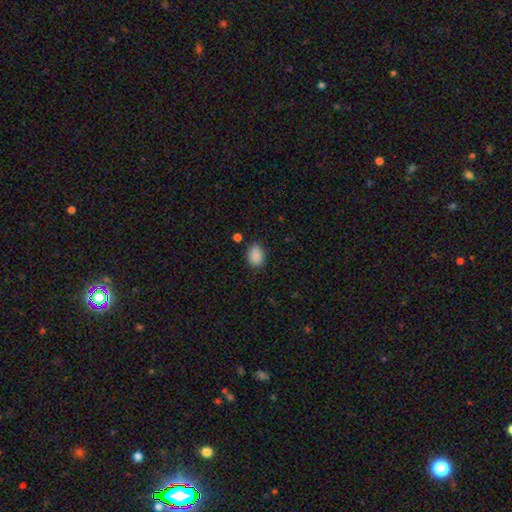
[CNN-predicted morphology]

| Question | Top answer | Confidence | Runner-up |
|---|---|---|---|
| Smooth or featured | smooth | 88% | star or artifact (8%) |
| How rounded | in between | 73% | round (26%) |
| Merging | none | 81% | minor disturbance (13%) |